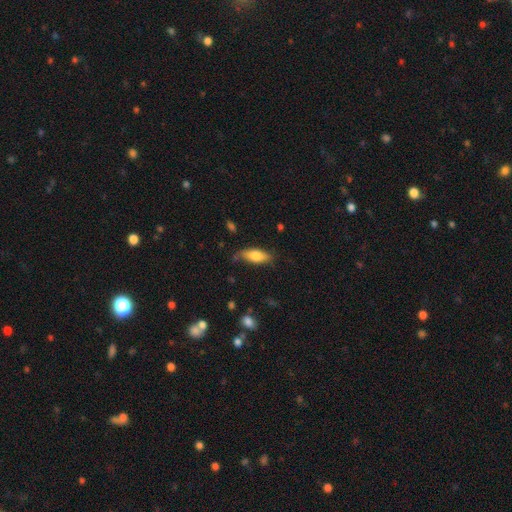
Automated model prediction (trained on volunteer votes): smooth_or_featured: smooth (p=0.75) [alt: featured or disk p=0.18]
how_rounded: in between (p=0.74) [alt: cigar-shaped p=0.24]
merging: none (p=0.67) [alt: minor disturbance p=0.25]